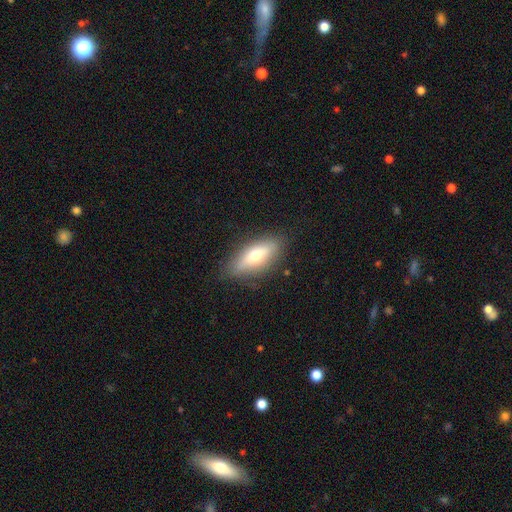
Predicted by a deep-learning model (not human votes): smooth_or_featured: smooth (p=0.58) [alt: featured or disk p=0.35]
how_rounded: in between (p=0.65) [alt: cigar-shaped p=0.32]
merging: none (p=0.84) [alt: minor disturbance p=0.12]